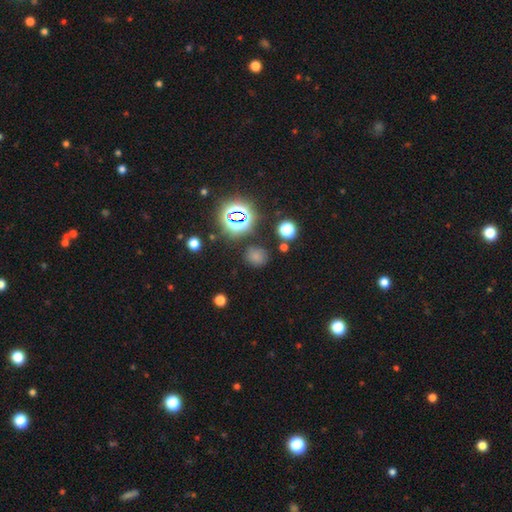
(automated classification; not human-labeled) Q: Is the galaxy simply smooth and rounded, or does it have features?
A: smooth — 63%.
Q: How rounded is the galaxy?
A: round — 81%.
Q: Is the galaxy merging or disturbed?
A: none — 79%.